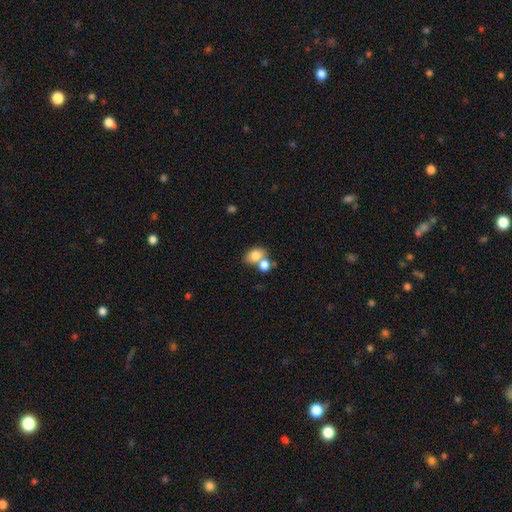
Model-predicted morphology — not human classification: The model was most divided on "merging": merger: 48%, none: 38%, minor disturbance: 10%, major disturbance: 5%. More confident: smooth or featured — smooth (79%); how rounded — in between (66%).